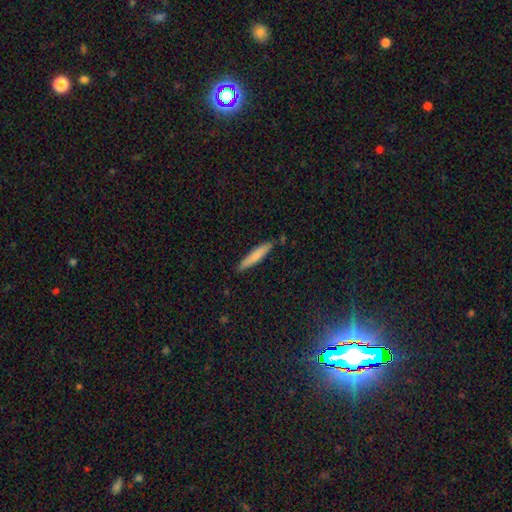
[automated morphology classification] smooth-or-featured: smooth: 75% | featured or disk: 20% | star or artifact: 6%
  how-rounded: cigar-shaped: 92% | in between: 6% | round: 1%
  merging: none: 86% | minor disturbance: 10% | merger: 2% | major disturbance: 2%